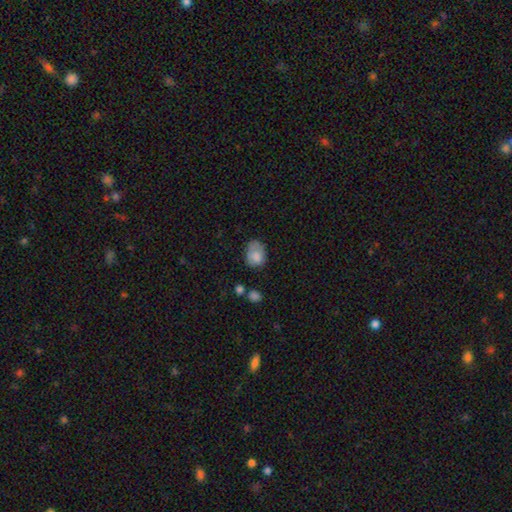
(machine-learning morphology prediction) A smooth galaxy with no disk features (77%) that is in between round and cigar-shaped (69%).

Vote fractions:
- Smooth or featured? smooth: 77% / featured or disk: 14% / star or artifact: 8%
- How rounded? in between: 69% / round: 30% / cigar-shaped: 1%
- Merging? none: 49% / minor disturbance: 33% / major disturbance: 14% / merger: 4%